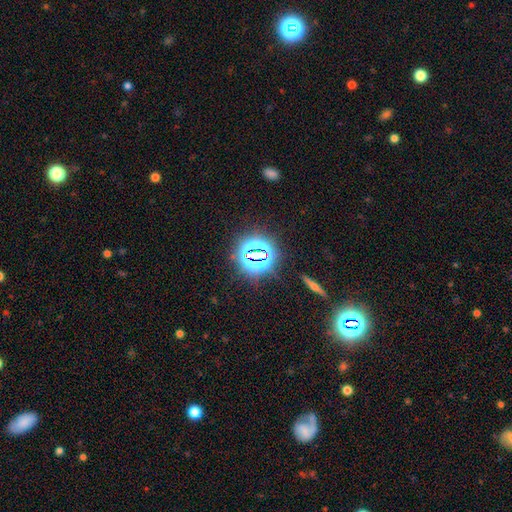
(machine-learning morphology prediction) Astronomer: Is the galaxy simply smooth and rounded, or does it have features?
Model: star or artifact — 75%.